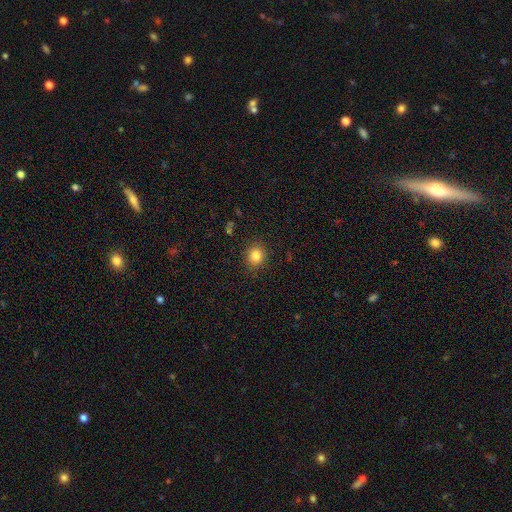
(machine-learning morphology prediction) This appears to be a smooth galaxy with no disk features (84%) that is round (72%). Merging: none (88%).